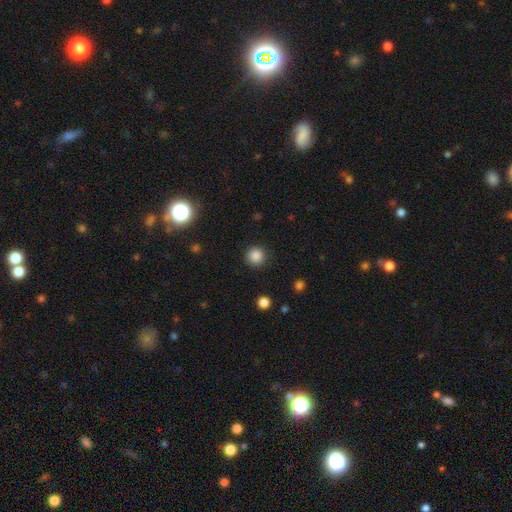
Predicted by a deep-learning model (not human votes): This is clearly a smooth galaxy (85%). How rounded: clearly round (94%). Merging: clearly none (90%).